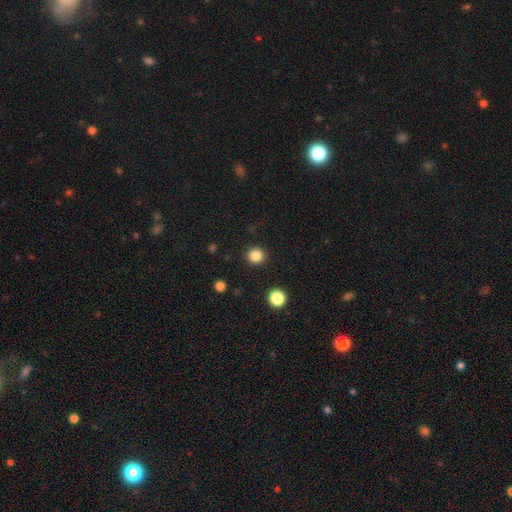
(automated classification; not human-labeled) A smooth galaxy with no disk features (84%) that is round (93%). Merging: none (91%).